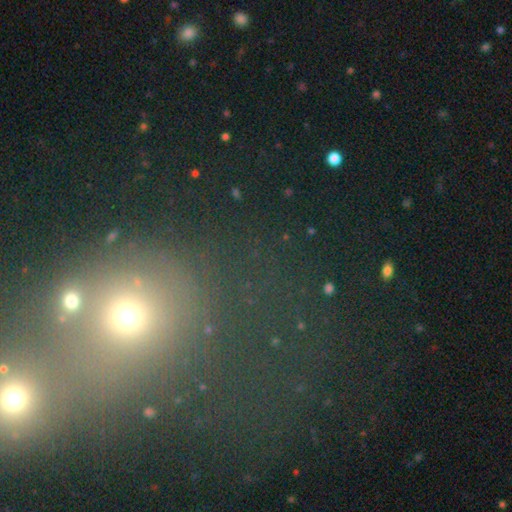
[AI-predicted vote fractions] Smooth or featured: star or artifact — 54% (smooth — 35%)